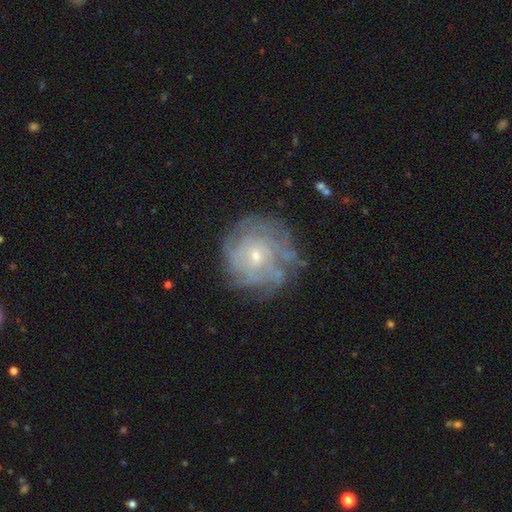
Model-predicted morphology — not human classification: This appears to be a featured or disk galaxy (74%) with no bar (75%), tight (69%) spiral arms (83%) and a small central bulge (72%). Merging: none (69%).